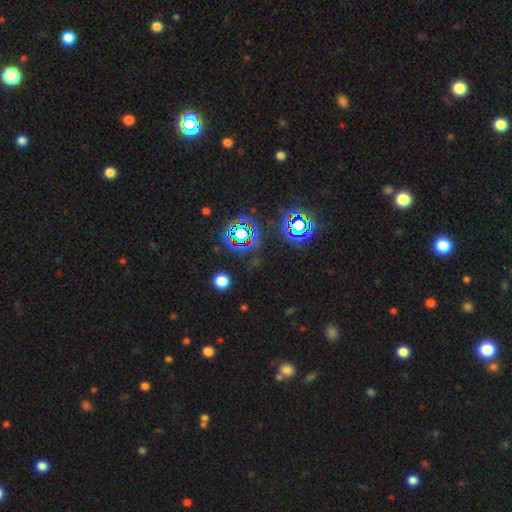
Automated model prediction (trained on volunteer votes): The model was most divided on "smooth or featured": star or artifact: 76%, smooth: 15%, featured or disk: 9%.